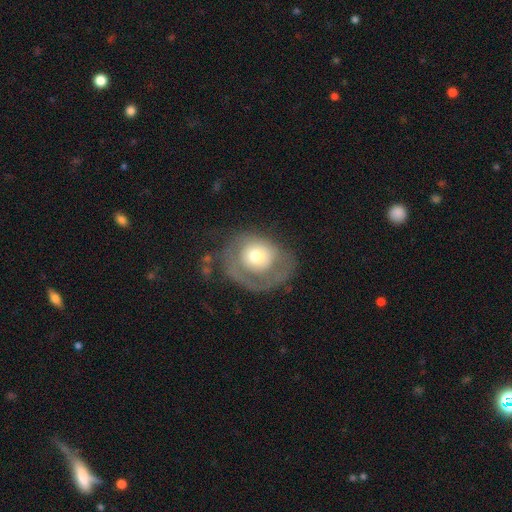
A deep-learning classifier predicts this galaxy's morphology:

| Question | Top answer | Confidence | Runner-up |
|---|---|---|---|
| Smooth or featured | featured or disk | 53% | smooth (40%) |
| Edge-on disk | no | 96% | yes (4%) |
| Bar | no | 85% | weak (12%) |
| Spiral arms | yes | 53% | no (47%) |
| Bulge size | moderate | 59% | small (20%) |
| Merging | none | 44% | major disturbance (30%) |